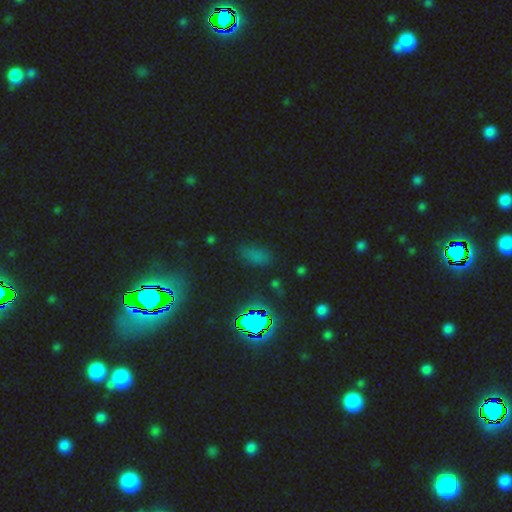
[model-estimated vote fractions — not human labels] The model was most divided on "smooth or featured": smooth: 50%, star or artifact: 41%, featured or disk: 8%. More confident: how rounded — in between (80%); merging — none (78%).